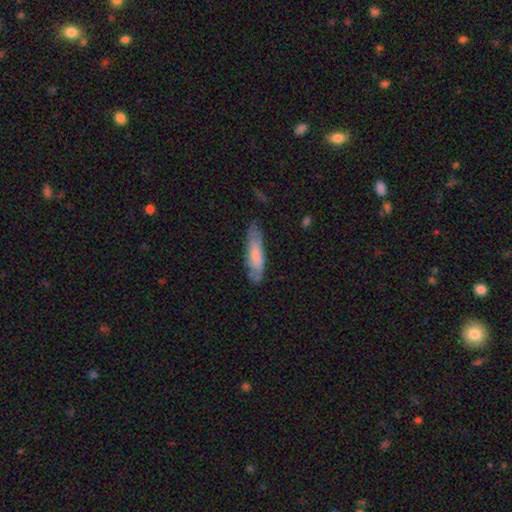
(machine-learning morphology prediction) smooth 61%, featured or disk 33%, star or artifact 6%. Down the decision tree: how rounded — cigar-shaped (64%); merging — none (67%).